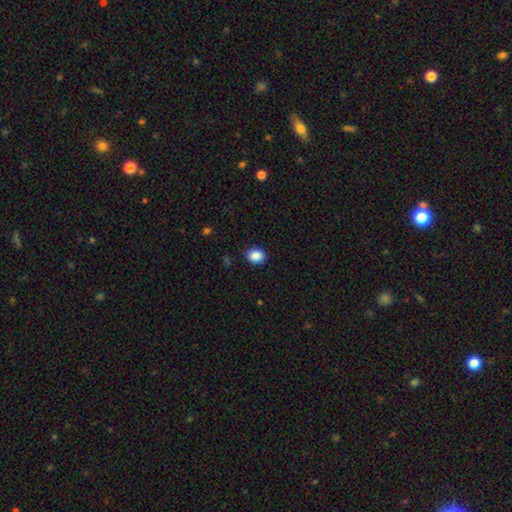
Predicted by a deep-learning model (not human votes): Overall: smooth (87%). How rounded: round (55%; in between 44%). Merging: none (90%).